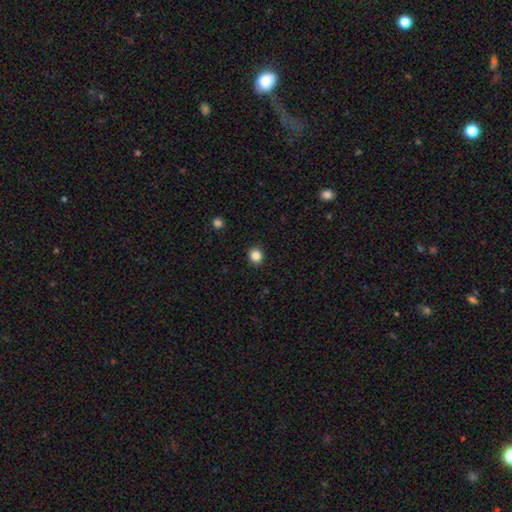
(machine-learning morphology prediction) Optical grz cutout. It shows a smooth galaxy with no disk features (85%) that is round (78%). Merging: none (92%).